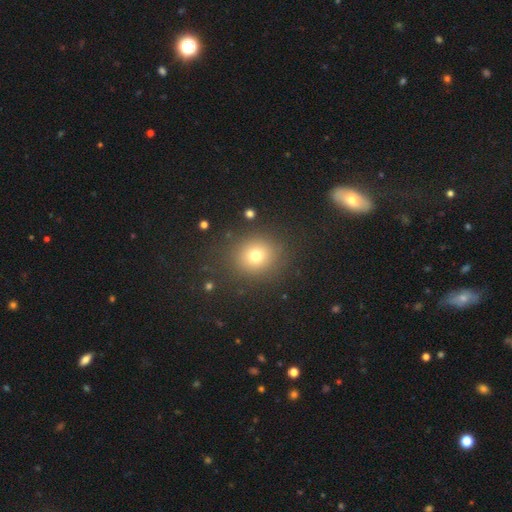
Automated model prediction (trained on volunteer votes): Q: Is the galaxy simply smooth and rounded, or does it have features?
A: smooth — 74%.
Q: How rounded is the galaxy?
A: round — 80%.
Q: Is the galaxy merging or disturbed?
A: none — 87%.